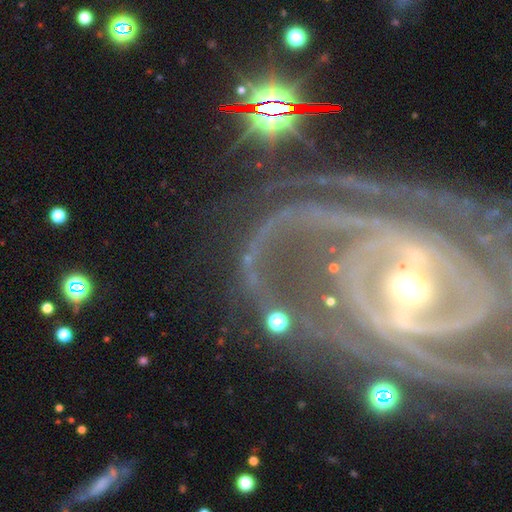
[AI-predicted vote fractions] Smooth or featured?
  - featured or disk: 75% *
  - star or artifact: 16%
  - smooth: 9%
Edge-on disk?
  - no: 93% *
  - yes: 7%
Bar?
  - strong: 43% *
  - no: 30%
  - weak: 27%
Spiral arms?
  - yes: 91% *
  - no: 9%
Spiral winding?
  - tight: 54% *
  - medium: 33%
  - loose: 13%
Spiral arm count?
  - 2: 33% *
  - can't tell: 20%
  - 3: 17%
  - 4: 10%
  - 1: 10%
  - more than 4: 9%
Bulge size?
  - moderate: 51% *
  - small: 38%
  - large: 6%
  - dominant: 2%
  - none: 2%
Merging?
  - none: 64% *
  - major disturbance: 16%
  - minor disturbance: 14%
  - merger: 5%